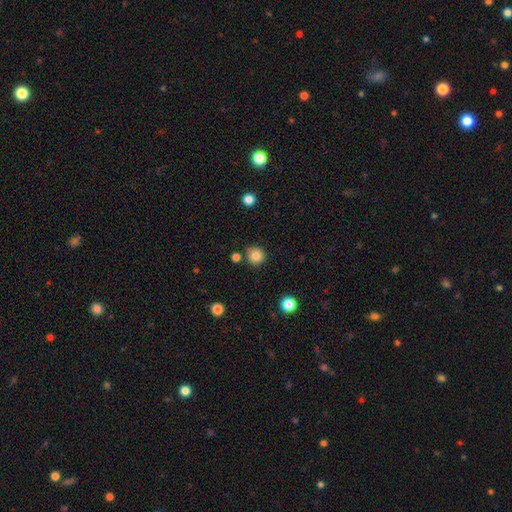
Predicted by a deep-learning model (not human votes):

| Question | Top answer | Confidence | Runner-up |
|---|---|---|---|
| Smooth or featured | smooth | 83% | star or artifact (12%) |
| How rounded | round | 93% | in between (6%) |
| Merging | none | 84% | minor disturbance (8%) |